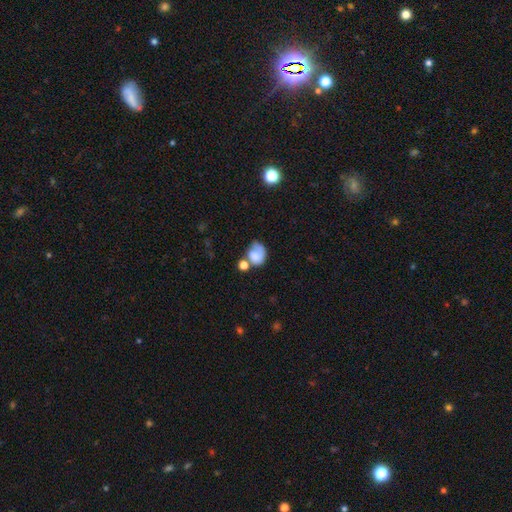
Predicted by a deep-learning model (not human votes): Overall: smooth (66%). How rounded: in between (56%; round 43%). Merging: none (33%; merger 25%).